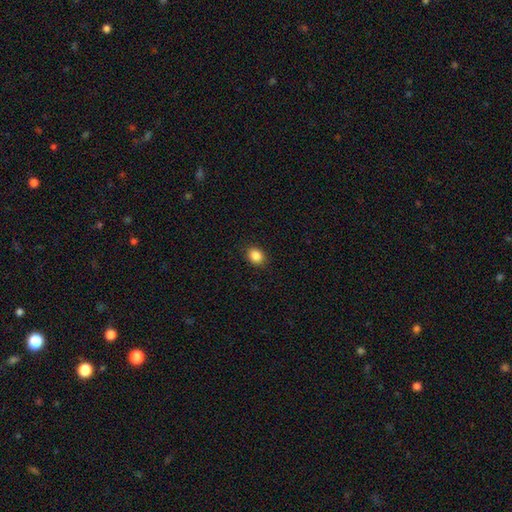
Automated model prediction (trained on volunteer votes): smooth_or_featured: smooth (p=0.87) [alt: star or artifact p=0.10]
how_rounded: round (p=0.56) [alt: in between p=0.43]
merging: none (p=0.90) [alt: minor disturbance p=0.07]